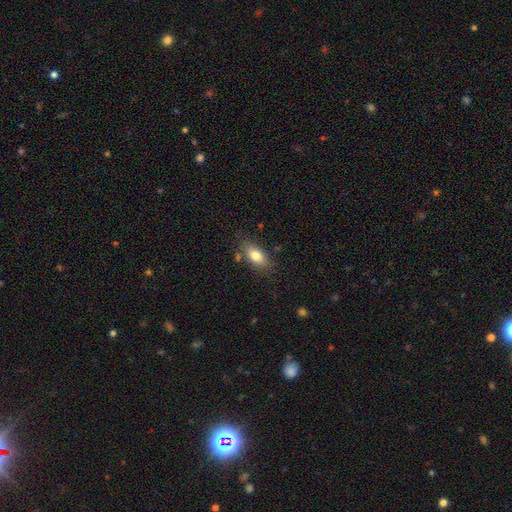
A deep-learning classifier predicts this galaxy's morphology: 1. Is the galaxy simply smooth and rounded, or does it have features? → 80% smooth, 12% featured or disk, 8% star or artifact.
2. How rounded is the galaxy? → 87% in between, 8% cigar-shaped, 5% round.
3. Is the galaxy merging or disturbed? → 76% none, 15% minor disturbance, 5% merger, 4% major disturbance.